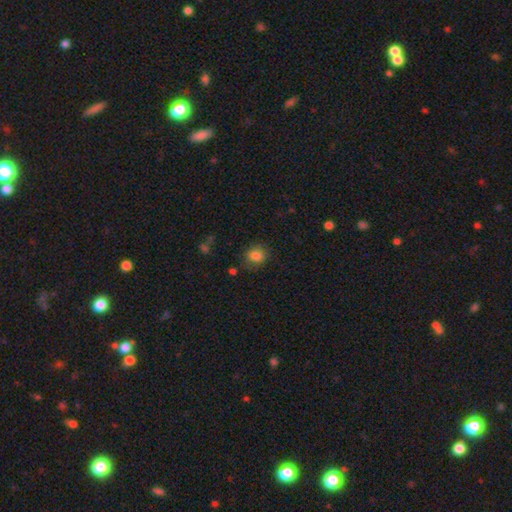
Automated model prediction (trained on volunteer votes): smooth_or_featured: smooth (p=0.84) [alt: star or artifact p=0.11]
how_rounded: round (p=0.72) [alt: in between p=0.27]
merging: none (p=0.79) [alt: minor disturbance p=0.15]